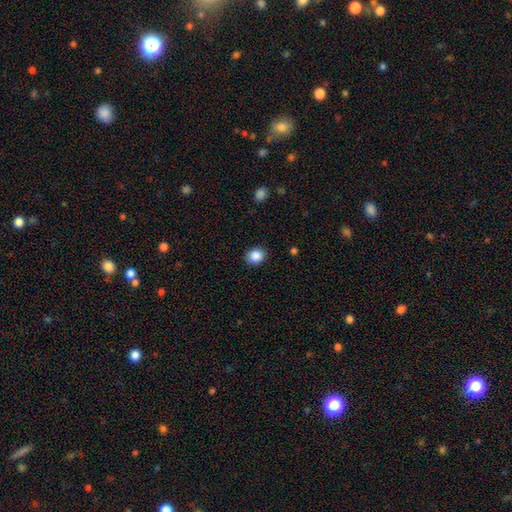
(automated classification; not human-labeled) A smooth galaxy with no disk features (88%) that is round (66%).

Vote fractions:
- Smooth or featured? smooth: 88% / star or artifact: 9% / featured or disk: 3%
- How rounded? round: 66% / in between: 33% / cigar-shaped: 1%
- Merging? none: 88% / minor disturbance: 9% / major disturbance: 2% / merger: 1%